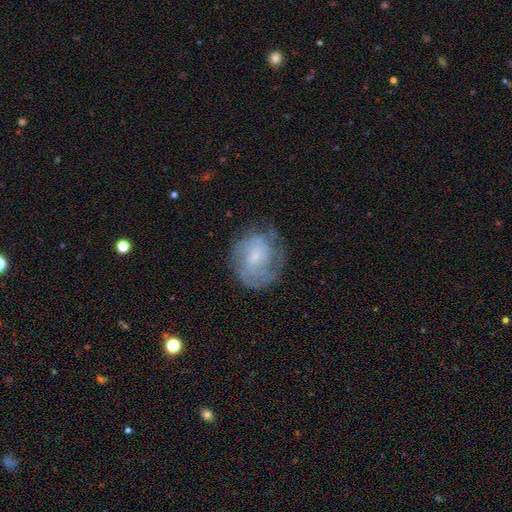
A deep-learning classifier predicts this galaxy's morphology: smooth-or-featured: featured or disk: 66% | smooth: 26% | star or artifact: 8%
  disk-edge-on: no: 98% | yes: 2%
    bar: no: 66% | weak: 30% | strong: 5%
    has-spiral-arms: yes: 83% | no: 17%
      spiral-winding: tight: 56% | medium: 32% | loose: 13%
      spiral-arm-count: can't tell: 46% | 2: 23% | 3: 13% | 1: 9% | 4: 5% | more than 4: 4%
    bulge-size: small: 68% | moderate: 19% | none: 9% | large: 2% | dominant: 1%
  merging: none: 61% | minor disturbance: 23% | major disturbance: 15% | merger: 1%